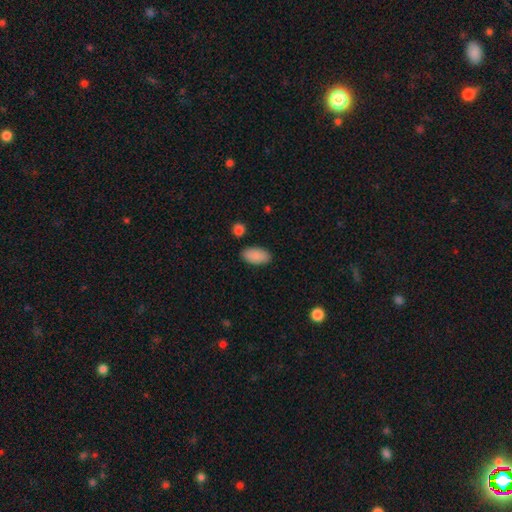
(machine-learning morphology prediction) Overall: smooth (90%). How rounded: in between (94%). Merging: none (86%).